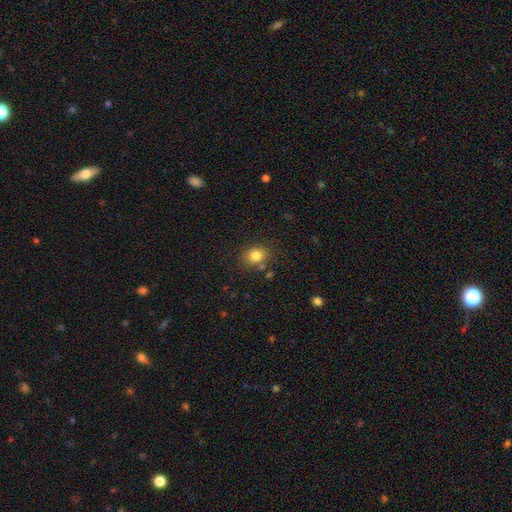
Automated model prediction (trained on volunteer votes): smooth-or-featured: smooth: 82% | star or artifact: 11% | featured or disk: 7%
  how-rounded: round: 58% | in between: 41% | cigar-shaped: 1%
  merging: none: 78% | minor disturbance: 12% | merger: 7% | major disturbance: 4%